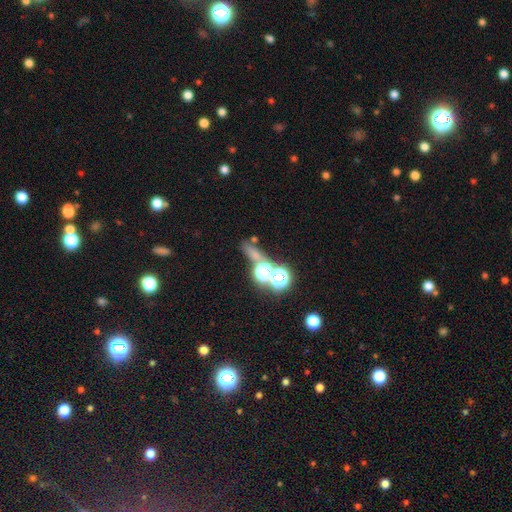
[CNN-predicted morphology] smooth-or-featured: smooth: 44% | star or artifact: 42% | featured or disk: 14%
  merging: none: 56% | merger: 24% | minor disturbance: 12% | major disturbance: 9%